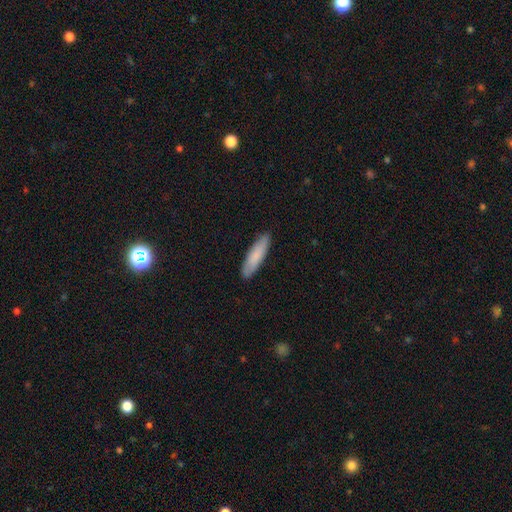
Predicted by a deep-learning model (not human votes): A smooth galaxy with no disk features (82%) that is cigar-shaped (71%). Merging: none (89%).